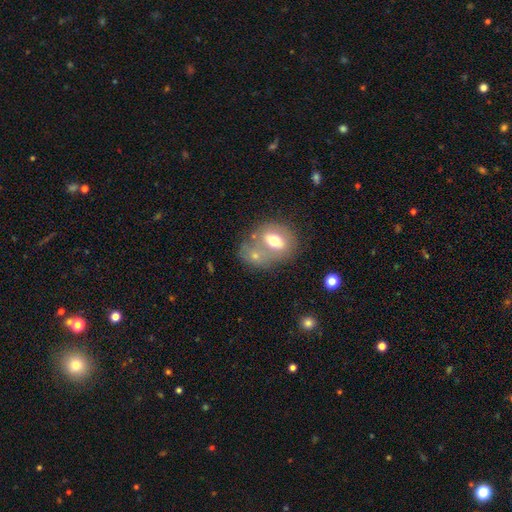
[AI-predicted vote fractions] Smooth or featured? smooth (60%)
How rounded? in between (63%)
Merging? merger (53%)